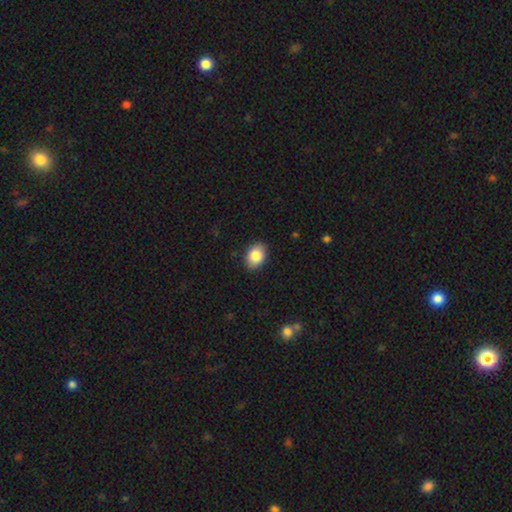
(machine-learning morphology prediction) smooth 86%, star or artifact 7%, featured or disk 7%. Down the decision tree: how rounded — in between (76%); merging — none (87%).